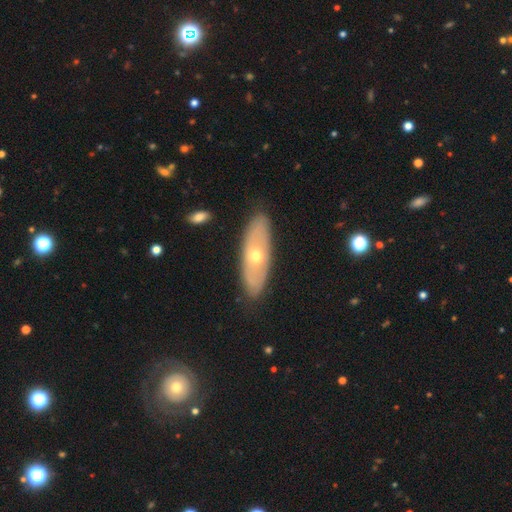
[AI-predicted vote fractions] Smooth or featured? Predicted: featured or disk (p=0.52). Edge-on disk? Predicted: no (p=0.65). Merging? Predicted: none (p=0.86).